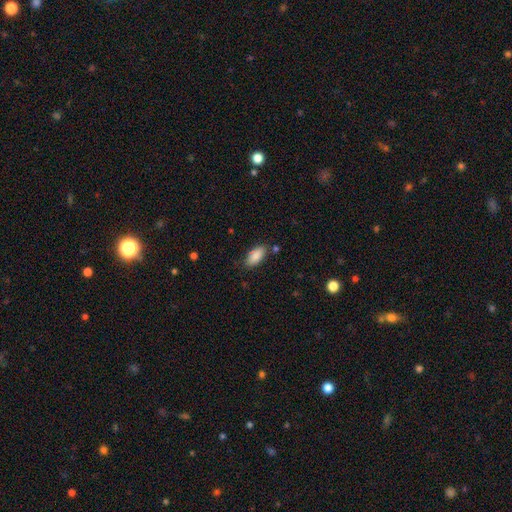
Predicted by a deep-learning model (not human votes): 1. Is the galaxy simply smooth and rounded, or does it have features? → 88% smooth, 7% star or artifact, 5% featured or disk.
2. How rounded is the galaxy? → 88% in between, 10% cigar-shaped, 2% round.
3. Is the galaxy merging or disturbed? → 80% none, 14% minor disturbance, 4% merger, 3% major disturbance.